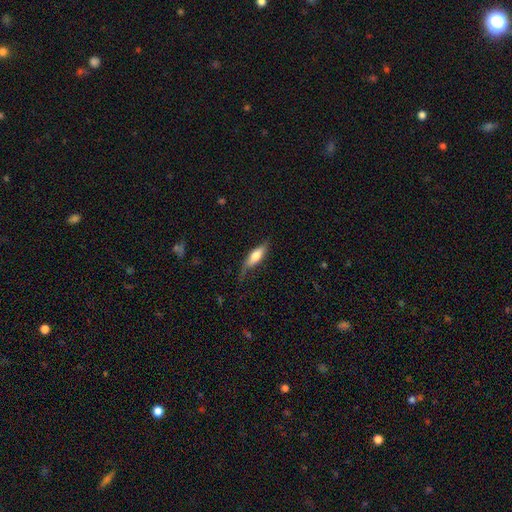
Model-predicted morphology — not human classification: A smooth galaxy with no disk features (64%) that is in between round and cigar-shaped (51%).

Vote fractions:
- Smooth or featured? smooth: 64% / featured or disk: 30% / star or artifact: 6%
- How rounded? in between: 51% / cigar-shaped: 47% / round: 2%
- Merging? none: 55% / minor disturbance: 32% / major disturbance: 11% / merger: 2%